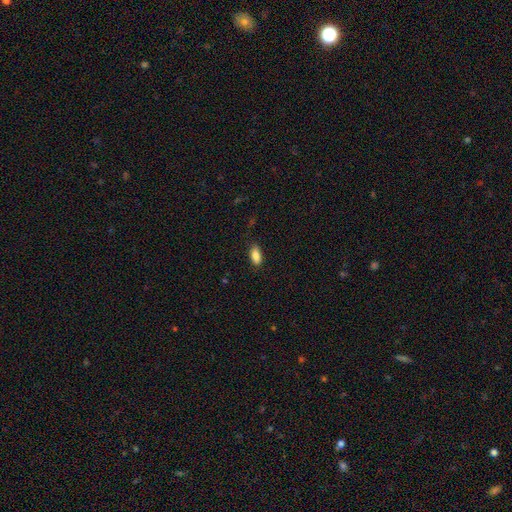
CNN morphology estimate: The model was most divided on "merging": none: 84%, minor disturbance: 13%, major disturbance: 3%, merger: 1%. More confident: how rounded — in between (89%); smooth or featured — smooth (87%).